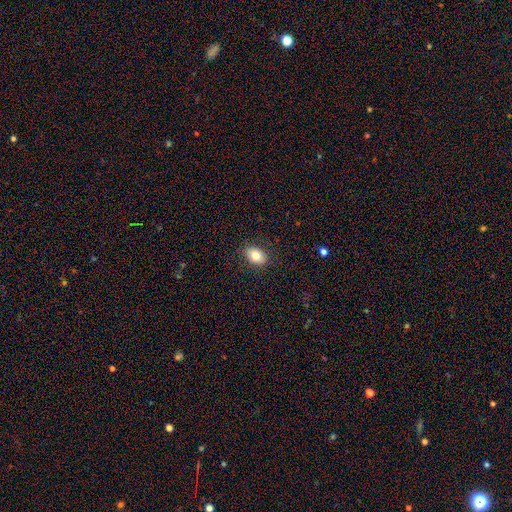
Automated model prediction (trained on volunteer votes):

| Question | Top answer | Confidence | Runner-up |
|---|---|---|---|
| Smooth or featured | smooth | 80% | featured or disk (11%) |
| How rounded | in between | 80% | round (18%) |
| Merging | none | 87% | minor disturbance (10%) |